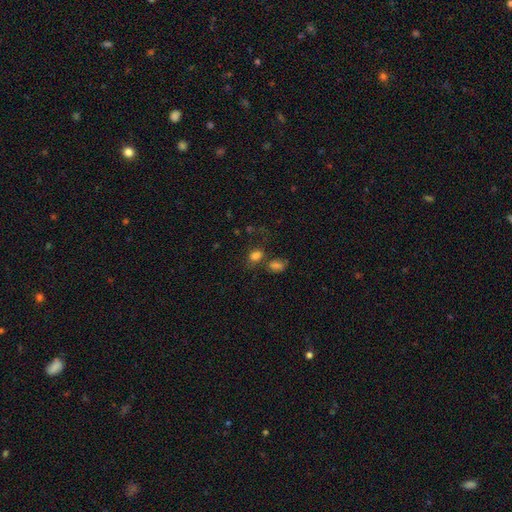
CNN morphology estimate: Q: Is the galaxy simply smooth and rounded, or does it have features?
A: smooth — 78%.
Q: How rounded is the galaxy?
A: in between — 63%.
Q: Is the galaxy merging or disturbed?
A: none — 53%.